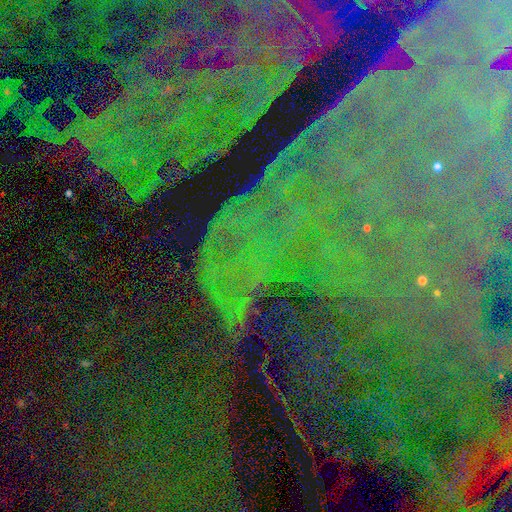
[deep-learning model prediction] Q: Smooth or featured?
A: star or artifact (85%); runner-up: featured or disk (8%)